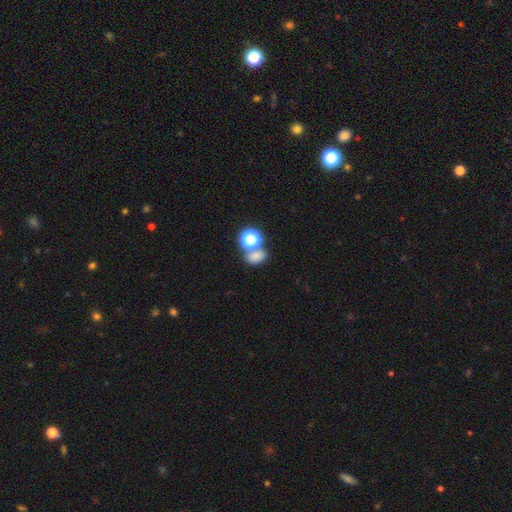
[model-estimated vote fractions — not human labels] This is likely a smooth galaxy (74%). How rounded: likely in between (66%). Merging: possibly none (53%).